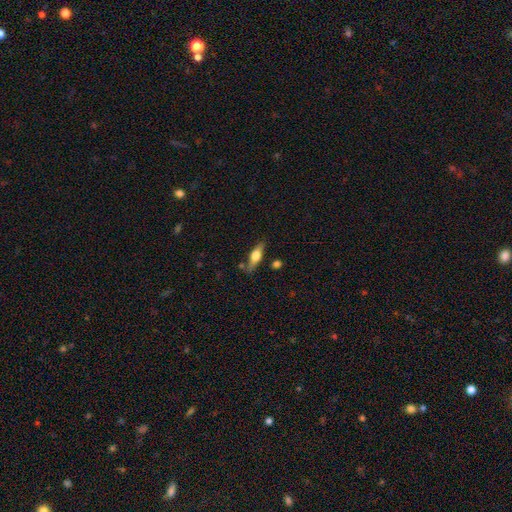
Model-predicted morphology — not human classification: Smooth or featured? featured or disk (50%)
Edge-on disk? yes (90%)
Merging? none (75%)